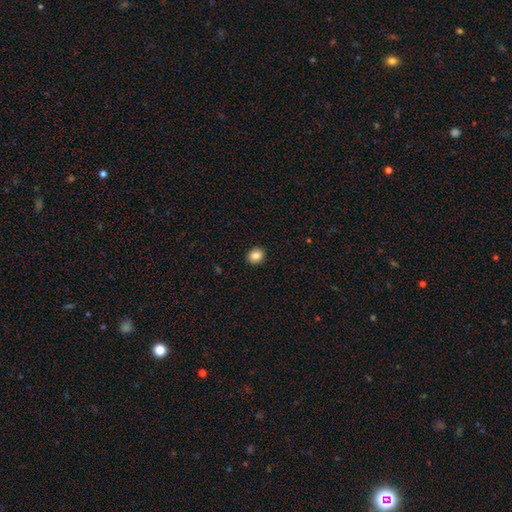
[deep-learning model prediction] Q: Smooth or featured?
A: smooth (86%); runner-up: star or artifact (9%)
Q: How rounded?
A: round (75%); runner-up: in between (24%)
Q: Merging?
A: none (92%); runner-up: minor disturbance (6%)